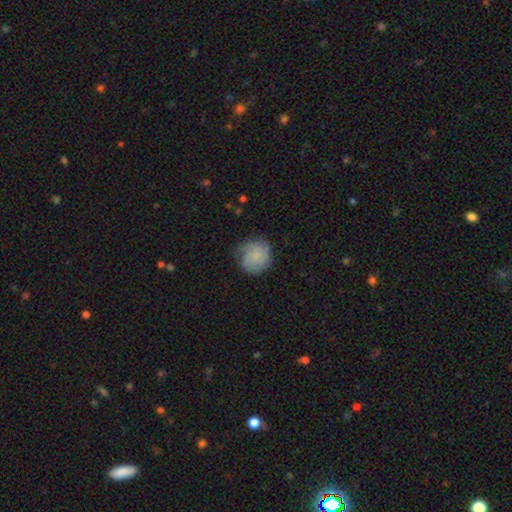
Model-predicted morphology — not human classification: This is possibly a smooth galaxy (51%). How rounded: clearly round (83%). Merging: likely none (64%).